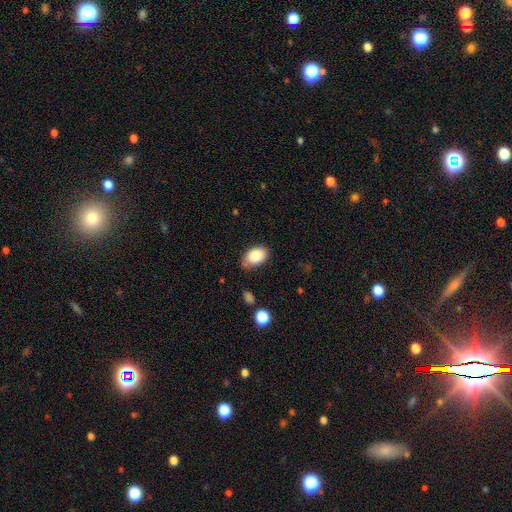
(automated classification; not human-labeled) smooth_or_featured: smooth (p=0.85) [alt: featured or disk p=0.07]
how_rounded: in between (p=0.89) [alt: round p=0.10]
merging: none (p=0.64) [alt: minor disturbance p=0.28]